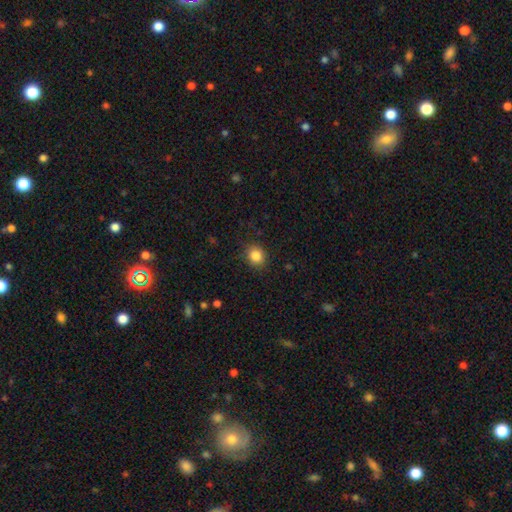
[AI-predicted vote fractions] This is clearly a smooth galaxy (85%). How rounded: likely round (65%). Merging: clearly none (86%).